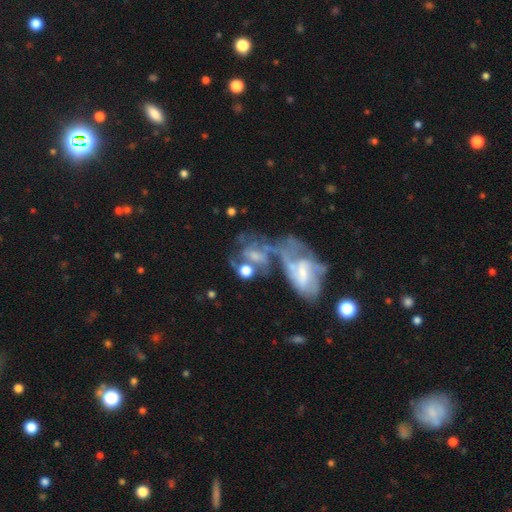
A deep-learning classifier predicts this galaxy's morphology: Smooth or featured: featured or disk — 64% (smooth — 22%)
Edge-on disk: no — 94% (yes — 6%)
Bar: no — 52% (weak — 33%)
Spiral arms: yes — 59% (no — 41%)
Bulge size: small — 38% (moderate — 30%)
Merging: merger — 58% (major disturbance — 18%)